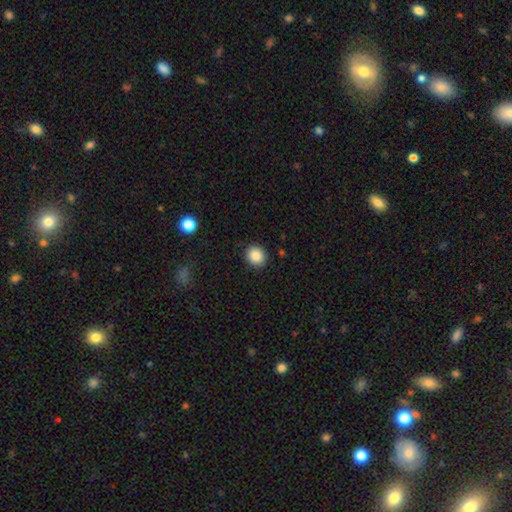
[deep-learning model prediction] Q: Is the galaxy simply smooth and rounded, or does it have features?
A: smooth — 88%.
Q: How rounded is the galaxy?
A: round — 81%.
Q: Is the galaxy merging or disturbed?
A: none — 90%.